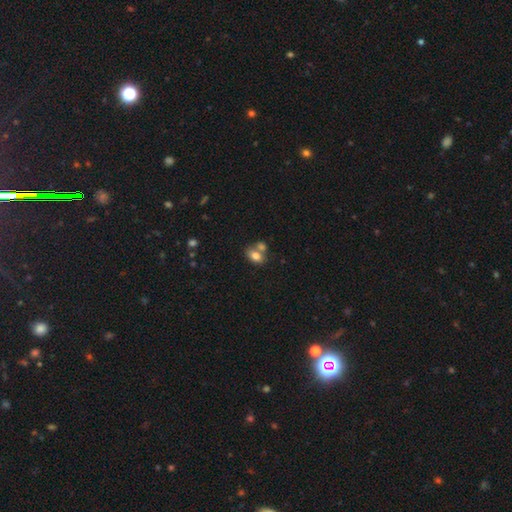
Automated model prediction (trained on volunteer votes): This appears to be a smooth galaxy with no disk features (77%) that is in between round and cigar-shaped (81%). Merging: merger (47%).